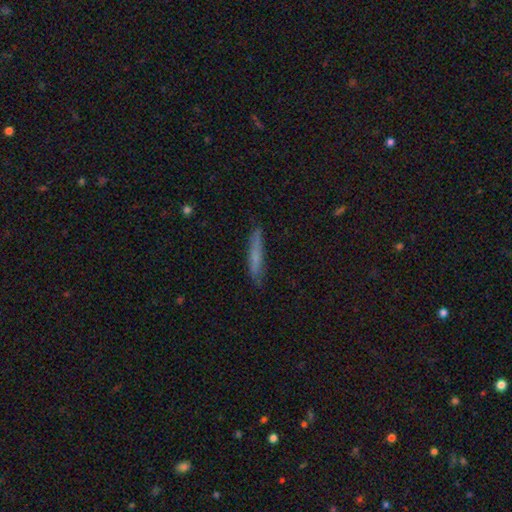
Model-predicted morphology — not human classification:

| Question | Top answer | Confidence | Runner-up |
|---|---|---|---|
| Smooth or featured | smooth | 60% | featured or disk (32%) |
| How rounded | cigar-shaped | 93% | in between (5%) |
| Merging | none | 85% | minor disturbance (12%) |